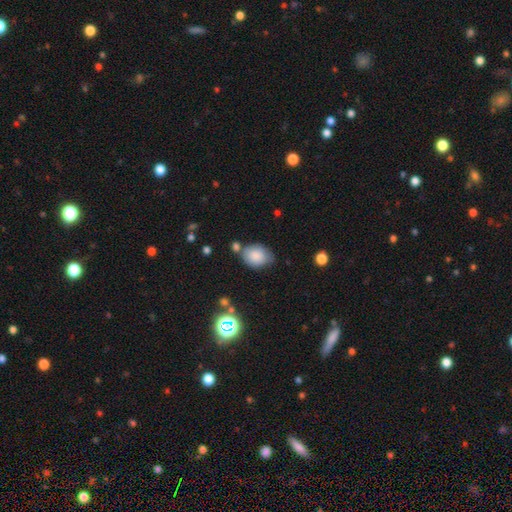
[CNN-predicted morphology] Smooth or featured: smooth — 82% (star or artifact — 9%)
How rounded: in between — 60% (round — 39%)
Merging: none — 58% (minor disturbance — 25%)